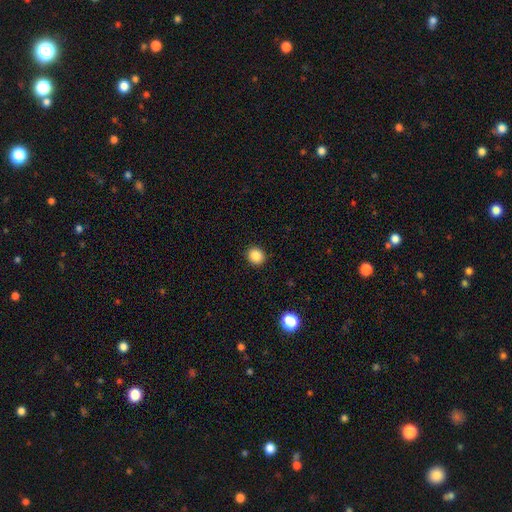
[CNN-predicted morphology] The model was most divided on "how rounded": round: 81%, in between: 18%, cigar-shaped: 1%. More confident: merging — none (92%); smooth or featured — smooth (86%).